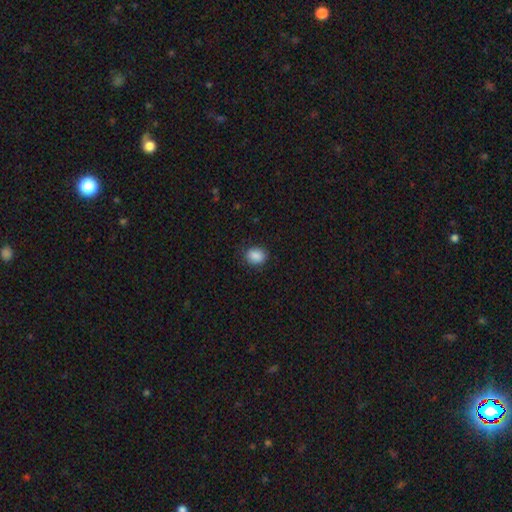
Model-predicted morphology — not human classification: type=smooth (88%); roundness=in between (51%); merging=none (85%).